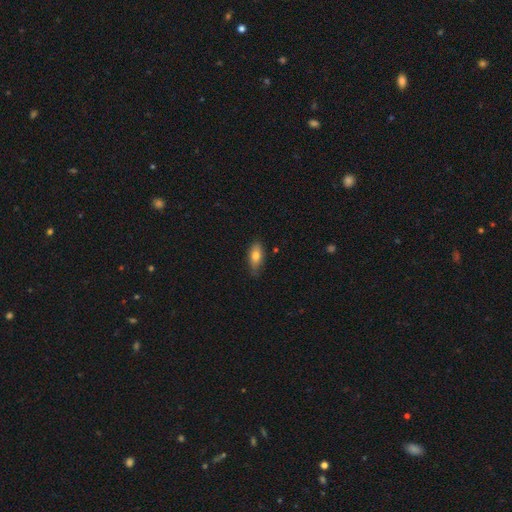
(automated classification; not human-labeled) smooth_or_featured: smooth (p=0.76) [alt: featured or disk p=0.17]
how_rounded: in between (p=0.82) [alt: cigar-shaped p=0.14]
merging: none (p=0.73) [alt: minor disturbance p=0.22]